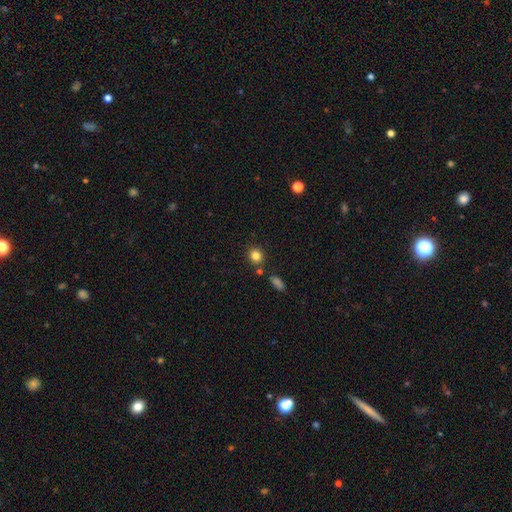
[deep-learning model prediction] Smooth or featured?
  - smooth: 83% *
  - star or artifact: 11%
  - featured or disk: 6%
How rounded?
  - round: 80% *
  - in between: 19%
  - cigar-shaped: 1%
Merging?
  - none: 81% *
  - minor disturbance: 9%
  - merger: 7%
  - major disturbance: 3%